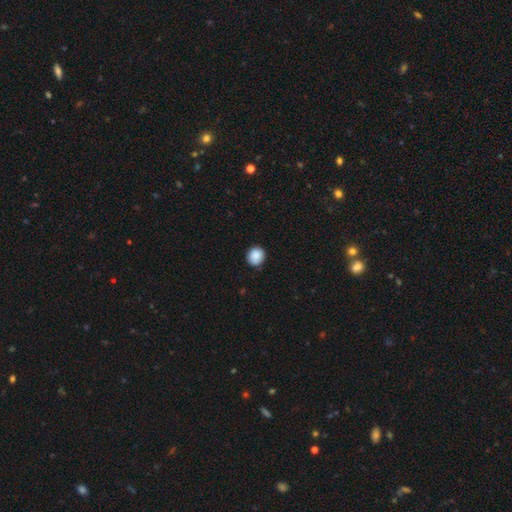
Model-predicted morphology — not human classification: This appears to be a smooth galaxy with no disk features (88%) that is round (87%). Merging: none (85%).